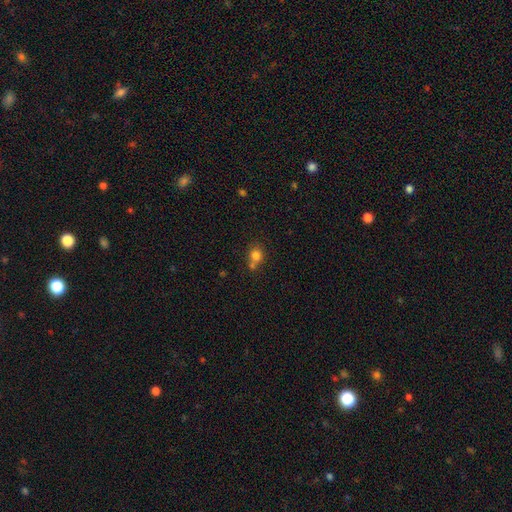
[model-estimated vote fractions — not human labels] smooth_or_featured: smooth (p=0.79) [alt: star or artifact p=0.12]
how_rounded: round (p=0.75) [alt: in between p=0.24]
merging: none (p=0.49) [alt: merger p=0.35]